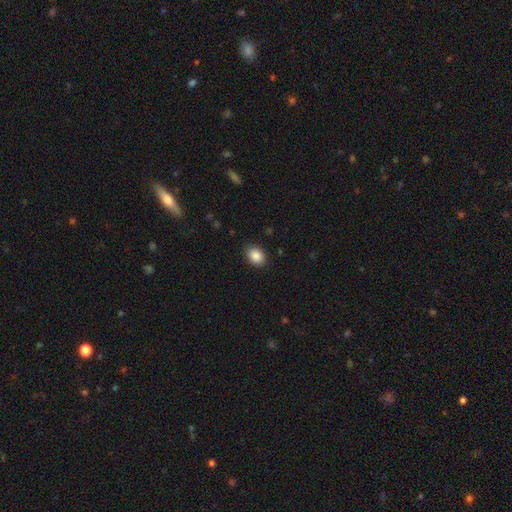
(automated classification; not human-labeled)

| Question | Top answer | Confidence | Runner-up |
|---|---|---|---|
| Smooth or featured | smooth | 88% | star or artifact (8%) |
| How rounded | in between | 71% | round (29%) |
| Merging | none | 88% | minor disturbance (9%) |